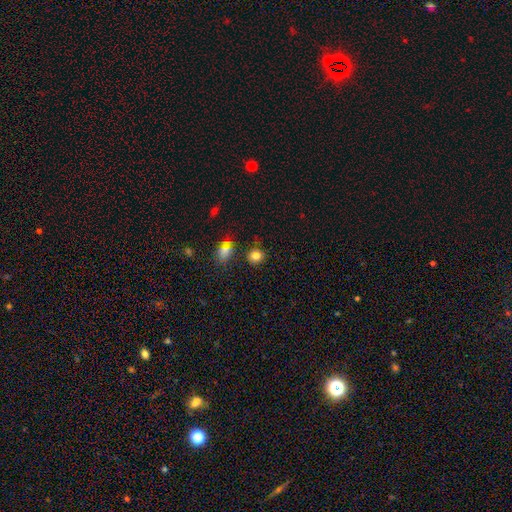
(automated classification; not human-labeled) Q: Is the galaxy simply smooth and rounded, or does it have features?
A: smooth — 82%.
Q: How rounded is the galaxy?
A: round — 81%.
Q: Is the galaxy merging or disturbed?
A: none — 84%.